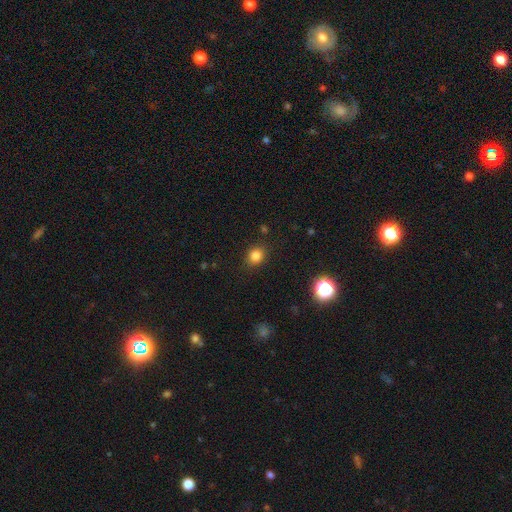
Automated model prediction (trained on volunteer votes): The model was most divided on "how rounded": round: 70%, in between: 29%, cigar-shaped: 1%. More confident: merging — none (86%); smooth or featured — smooth (82%).